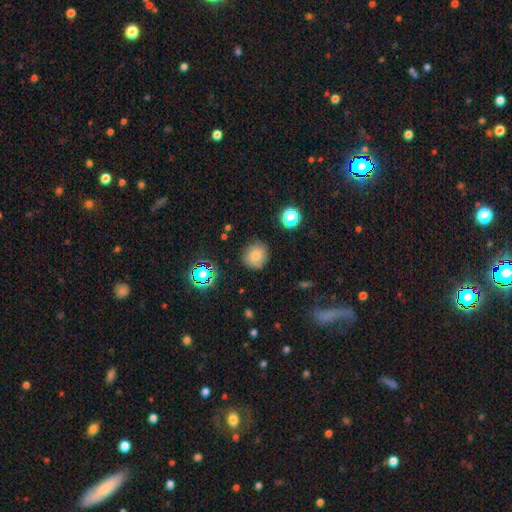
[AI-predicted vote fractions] A smooth galaxy with no disk features (76%) that is round (89%). Merging: none (83%).